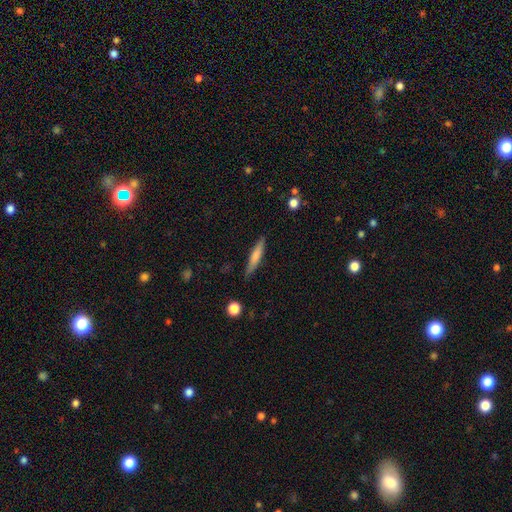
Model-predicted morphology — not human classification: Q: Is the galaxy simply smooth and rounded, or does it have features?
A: smooth — 68%.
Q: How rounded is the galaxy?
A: cigar-shaped — 89%.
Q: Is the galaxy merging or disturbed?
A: none — 84%.